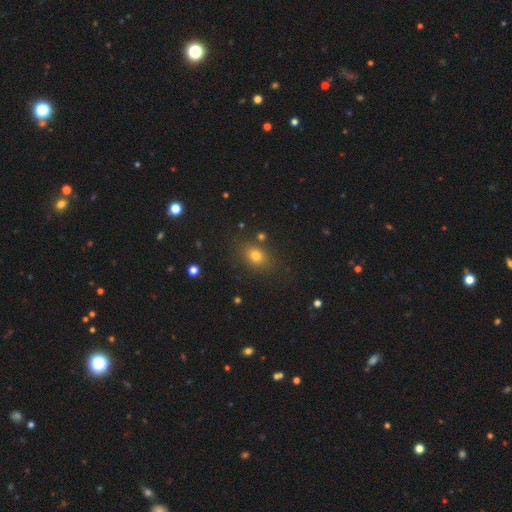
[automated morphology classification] Smooth or featured? Predicted: smooth (p=0.76). How rounded? Predicted: in between (p=0.60). Merging? Predicted: none (p=0.81).